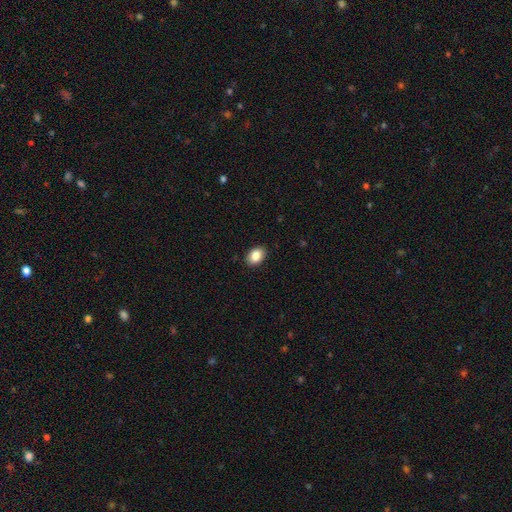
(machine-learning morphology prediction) Overall: smooth (86%). How rounded: in between (79%). Merging: none (89%).